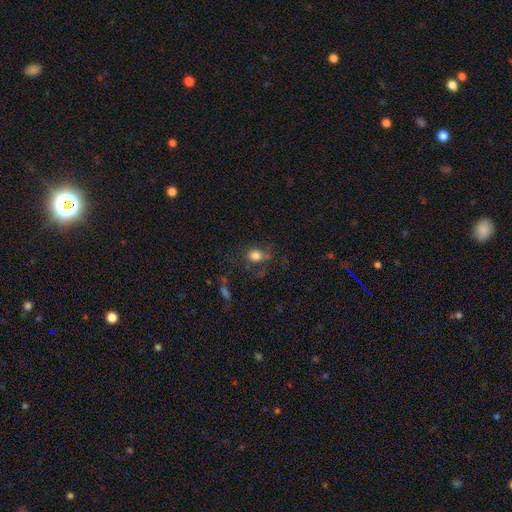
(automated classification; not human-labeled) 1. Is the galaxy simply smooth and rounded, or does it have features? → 78% smooth, 13% star or artifact, 9% featured or disk.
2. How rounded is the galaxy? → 55% round, 43% in between, 2% cigar-shaped.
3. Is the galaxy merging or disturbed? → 62% none, 20% minor disturbance, 14% major disturbance, 4% merger.